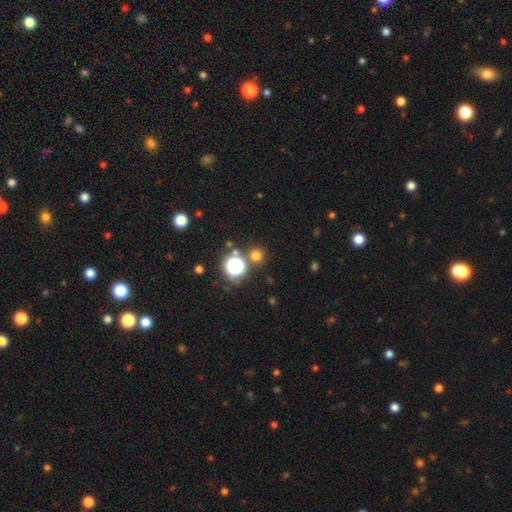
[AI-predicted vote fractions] smooth_or_featured: smooth (p=0.68) [alt: star or artifact p=0.26]
how_rounded: round (p=0.93) [alt: in between p=0.06]
merging: none (p=0.81) [alt: merger p=0.09]